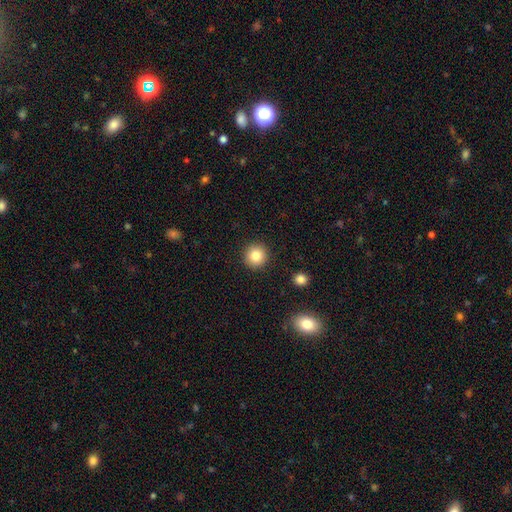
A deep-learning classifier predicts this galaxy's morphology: Smooth or featured? smooth (84%)
How rounded? round (94%)
Merging? none (91%)